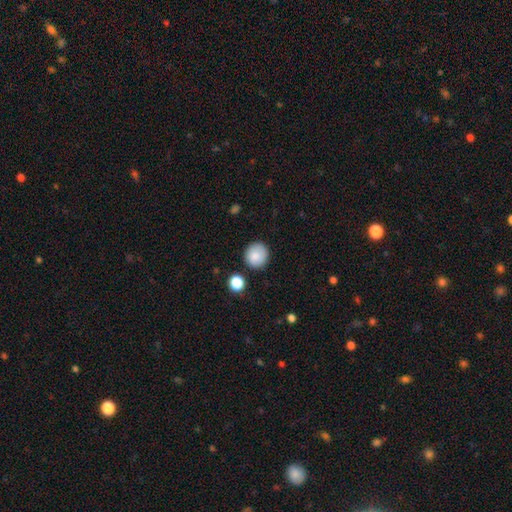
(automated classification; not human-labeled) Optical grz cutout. It shows a smooth galaxy with no disk features (86%) that is round (90%). Merging: none (86%).